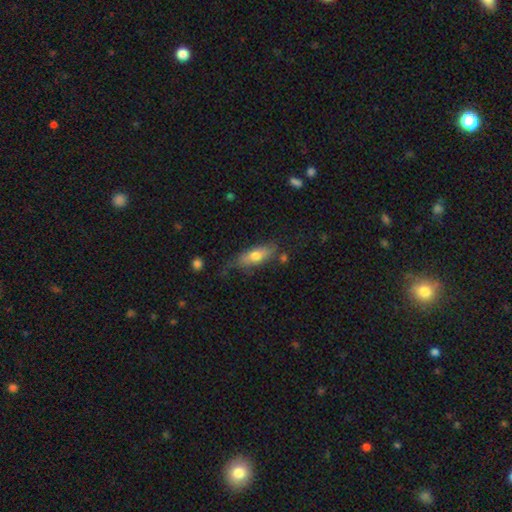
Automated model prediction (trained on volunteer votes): Q: Smooth or featured?
A: smooth (67%); runner-up: featured or disk (27%)
Q: How rounded?
A: in between (66%); runner-up: cigar-shaped (30%)
Q: Merging?
A: none (57%); runner-up: minor disturbance (28%)